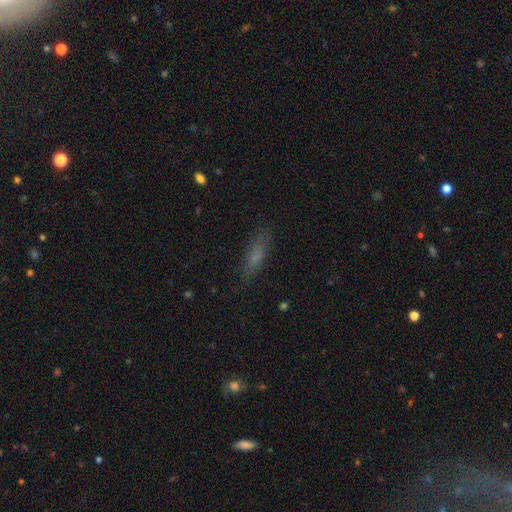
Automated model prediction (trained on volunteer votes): Smooth or featured: smooth — 67% (featured or disk — 21%)
How rounded: cigar-shaped — 66% (in between — 32%)
Merging: none — 81% (minor disturbance — 14%)